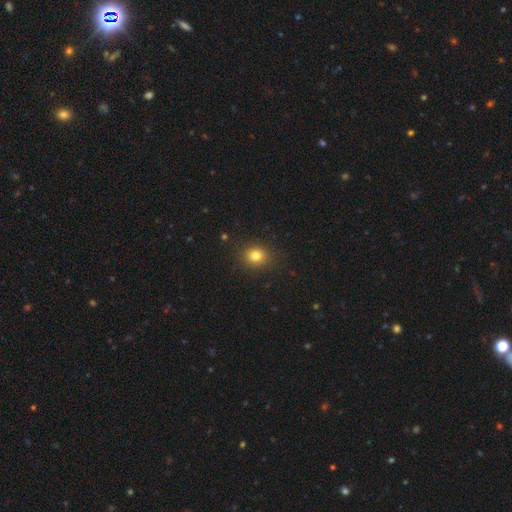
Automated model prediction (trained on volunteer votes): Overall: smooth (80%). How rounded: round (74%). Merging: none (89%).